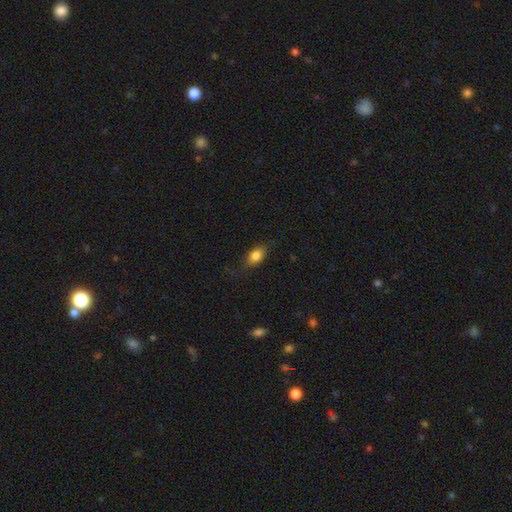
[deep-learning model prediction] Smooth or featured?
  - smooth: 83% *
  - featured or disk: 9%
  - star or artifact: 8%
How rounded?
  - in between: 81% *
  - round: 14%
  - cigar-shaped: 4%
Merging?
  - none: 73% *
  - minor disturbance: 20%
  - major disturbance: 6%
  - merger: 1%